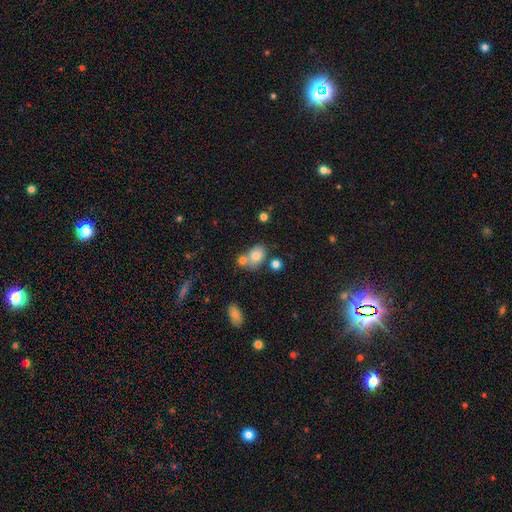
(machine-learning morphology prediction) Smooth or featured? smooth (76%)
How rounded? in between (74%)
Merging? none (47%)